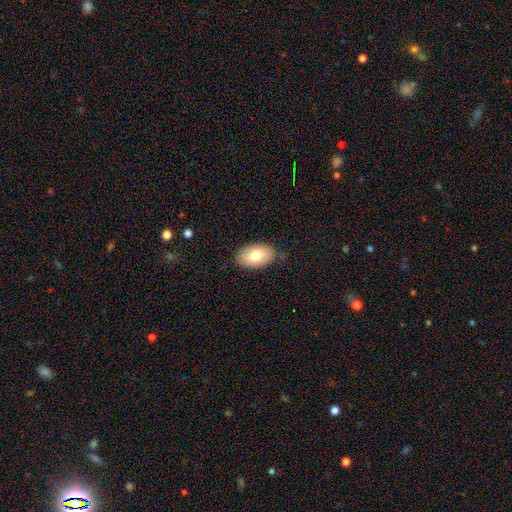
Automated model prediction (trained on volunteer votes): Overall: smooth (78%). How rounded: in between (92%). Merging: none (83%).